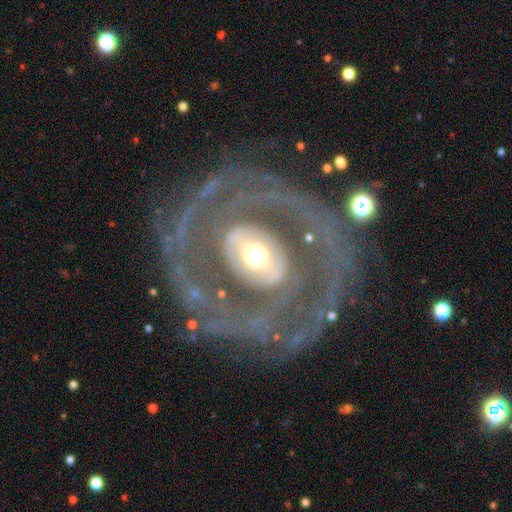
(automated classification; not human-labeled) smooth-or-featured: featured or disk: 84% | smooth: 11% | star or artifact: 6%
  disk-edge-on: no: 95% | yes: 5%
    bar: no: 38% | weak: 33% | strong: 30%
    has-spiral-arms: yes: 79% | no: 21%
      spiral-winding: tight: 48% | medium: 35% | loose: 17%
      spiral-arm-count: 2: 54% | can't tell: 20% | 3: 9% | 1: 6% | 4: 6% | more than 4: 5%
    bulge-size: moderate: 55% | small: 23% | large: 18% | dominant: 3% | none: 1%
  merging: none: 74% | major disturbance: 13% | minor disturbance: 12% | merger: 2%